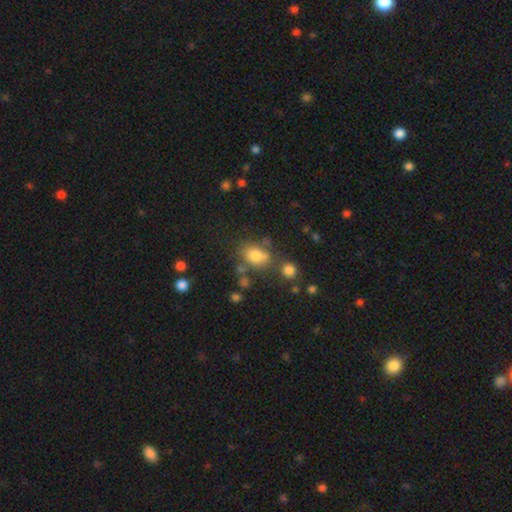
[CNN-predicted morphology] Smooth or featured? Predicted: smooth (p=0.77). How rounded? Predicted: in between (p=0.66). Merging? Predicted: none (p=0.57).